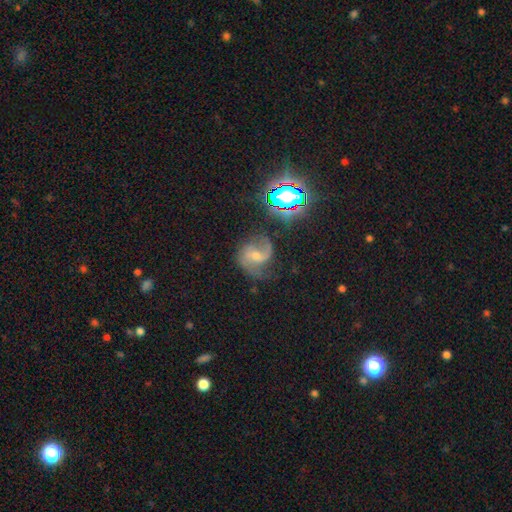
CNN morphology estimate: This is likely a featured or disk galaxy (77%). It is clearly not viewed edge-on (98%). Bar: possibly weak (46%). Spiral arm pattern: clearly yes (95%). Spiral arm count: clearly 2 (80%). Spiral winding: possibly medium (46%). Central bulge: possibly small (47%). Merging: possibly none (58%).